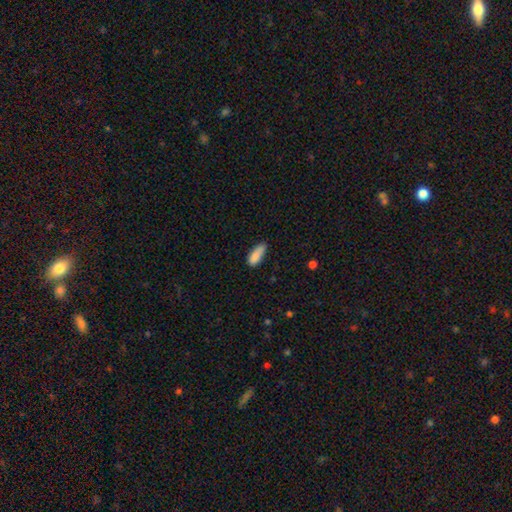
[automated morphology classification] Q: Smooth or featured?
A: smooth (87%); runner-up: star or artifact (7%)
Q: How rounded?
A: in between (65%); runner-up: cigar-shaped (33%)
Q: Merging?
A: none (66%); runner-up: minor disturbance (27%)